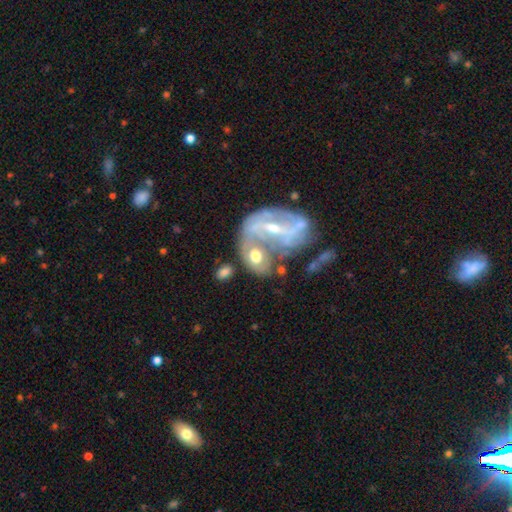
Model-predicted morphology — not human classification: The model was most divided on "bar": no: 44%, weak: 35%, strong: 21%. More confident: edge-on disk — no (95%); smooth or featured — featured or disk (58%); spiral arms — yes (57%); bulge size — moderate (57%); merging — merger (54%).